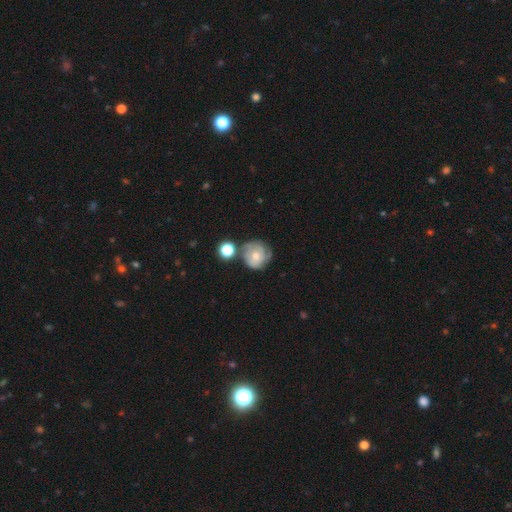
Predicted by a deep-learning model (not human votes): featured or disk 54%, smooth 37%, star or artifact 9%. Down the decision tree: edge-on disk — no (98%); bar — no (80%); spiral arms — yes (79%); bulge size — moderate (57%); merging — none (58%).